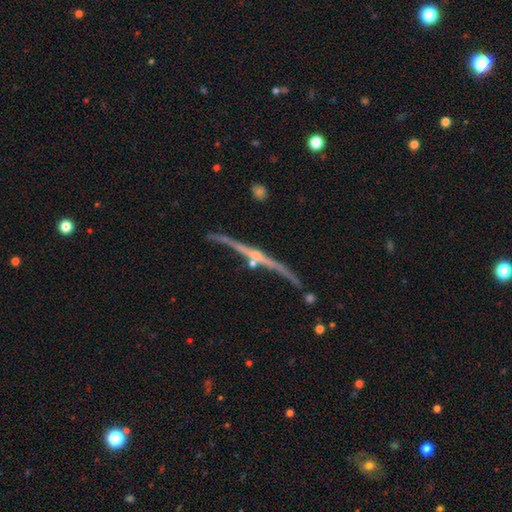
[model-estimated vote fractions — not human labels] The model was most divided on "edge-on bulge": rounded: 63%, none: 29%, boxy: 7%. More confident: edge-on disk — yes (97%); smooth or featured — featured or disk (83%); merging — none (73%).